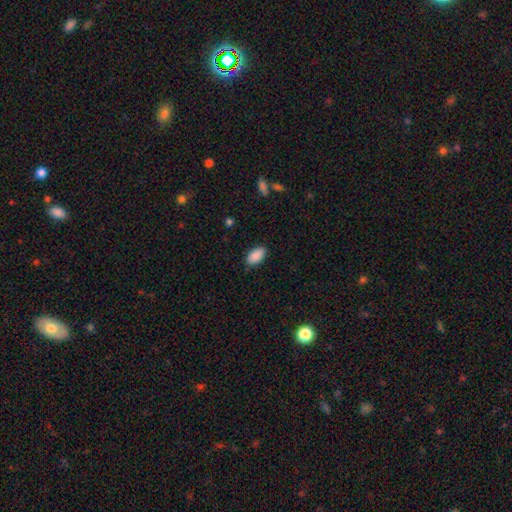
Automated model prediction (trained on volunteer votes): A smooth galaxy with no disk features (90%) that is in between round and cigar-shaped (94%). Merging: none (84%).